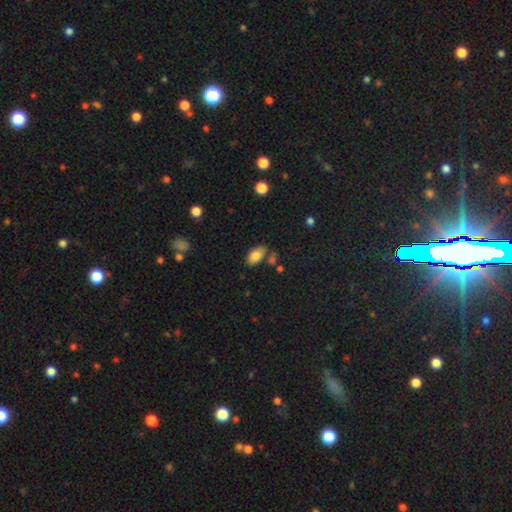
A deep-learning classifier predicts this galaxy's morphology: Smooth or featured? Predicted: smooth (p=0.82). How rounded? Predicted: in between (p=0.93). Merging? Predicted: none (p=0.70).